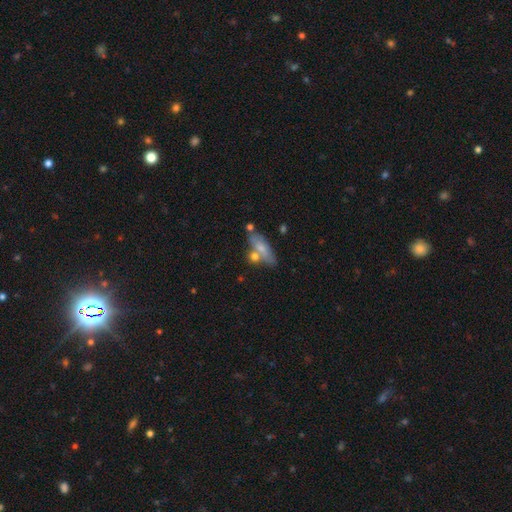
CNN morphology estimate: featured or disk 37%, star or artifact 35%, smooth 28%. Down the decision tree: merging — none (45%).